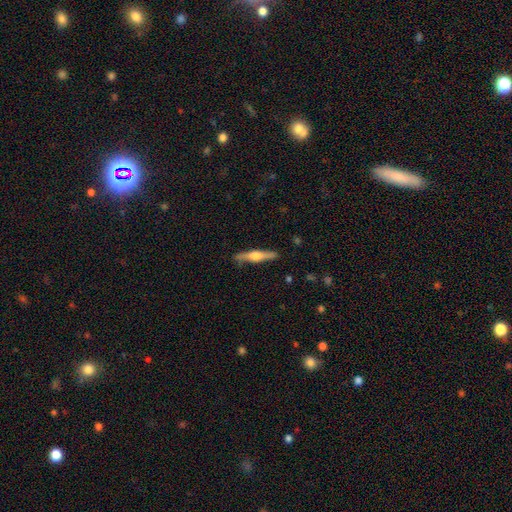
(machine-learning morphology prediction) Smooth or featured: featured or disk — 59% (smooth — 36%)
Edge-on disk: yes — 96% (no — 4%)
Edge-on bulge: rounded — 91% (boxy — 5%)
Merging: none — 87% (minor disturbance — 10%)